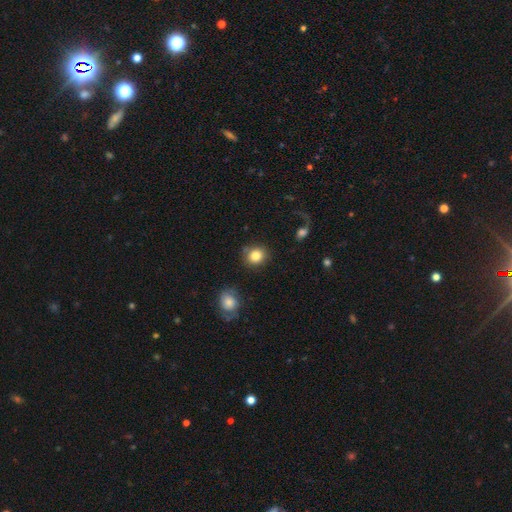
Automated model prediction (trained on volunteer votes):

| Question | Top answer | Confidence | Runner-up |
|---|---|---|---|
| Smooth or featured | smooth | 85% | star or artifact (9%) |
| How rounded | round | 82% | in between (17%) |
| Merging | none | 81% | minor disturbance (11%) |